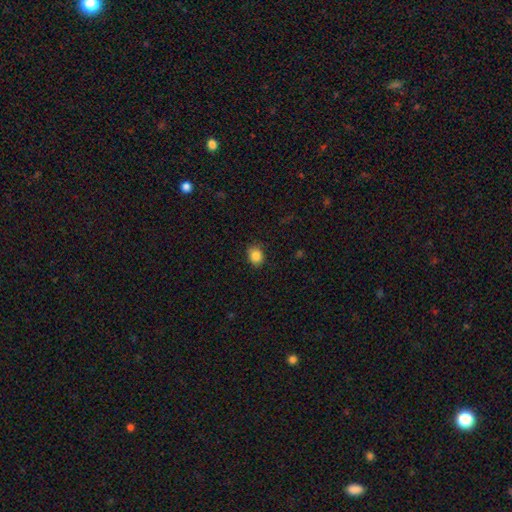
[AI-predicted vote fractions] Smooth or featured: smooth — 87% (star or artifact — 9%)
How rounded: round — 55% (in between — 44%)
Merging: none — 85% (minor disturbance — 11%)